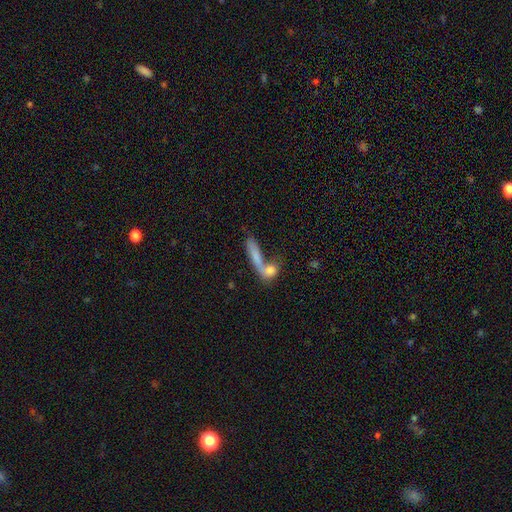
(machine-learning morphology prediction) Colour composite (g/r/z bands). It shows a smooth galaxy with no disk features (70%) that is cigar-shaped (57%). Merging: merger (54%).